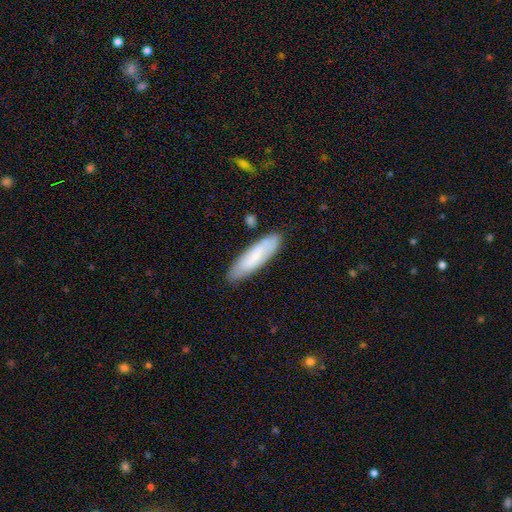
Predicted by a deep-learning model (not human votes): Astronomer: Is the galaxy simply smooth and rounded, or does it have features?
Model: smooth — 68%.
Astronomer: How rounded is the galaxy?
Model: cigar-shaped — 62%.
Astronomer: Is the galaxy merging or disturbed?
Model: none — 82%.